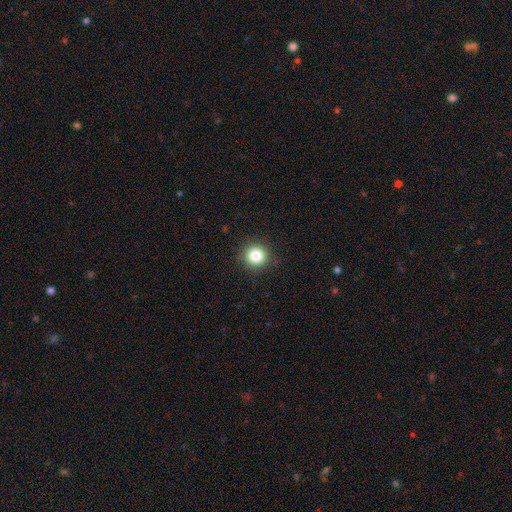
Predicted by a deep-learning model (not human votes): The model was most divided on "smooth or featured": smooth: 84%, star or artifact: 11%, featured or disk: 5%. More confident: how rounded — round (94%); merging — none (90%).